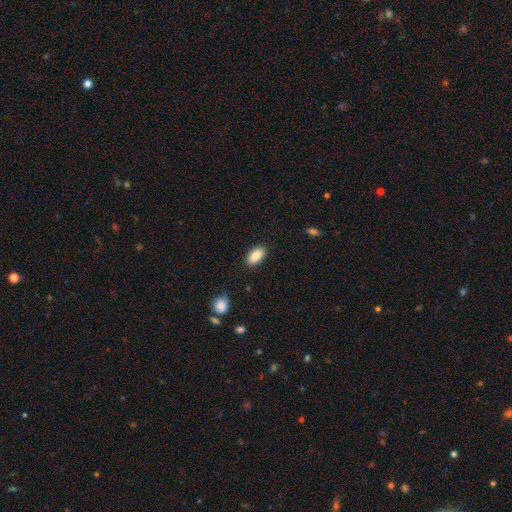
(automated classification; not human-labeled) smooth 87%, star or artifact 7%, featured or disk 6%. Down the decision tree: how rounded — in between (93%); merging — none (88%).